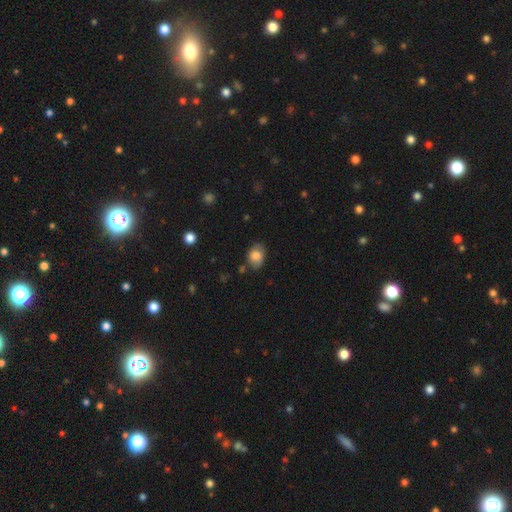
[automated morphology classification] Q: Smooth or featured?
A: smooth (78%); runner-up: featured or disk (14%)
Q: How rounded?
A: in between (64%); runner-up: round (35%)
Q: Merging?
A: none (66%); runner-up: minor disturbance (25%)